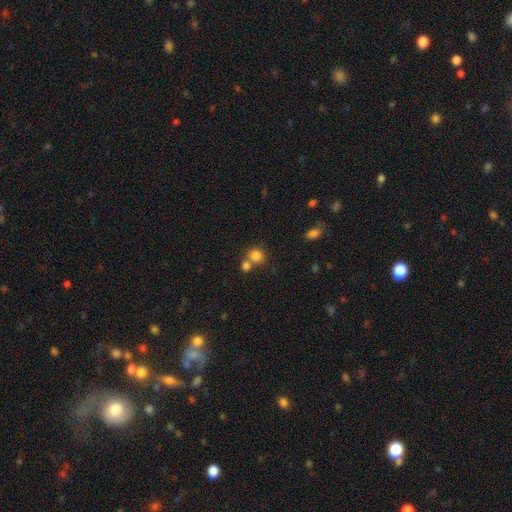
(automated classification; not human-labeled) A smooth galaxy with no disk features (82%) that is round (77%). Merging: none (53%).